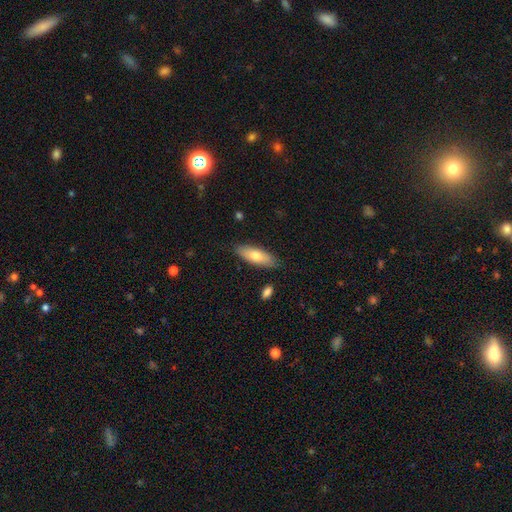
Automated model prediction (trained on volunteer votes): smooth_or_featured: smooth (p=0.72) [alt: featured or disk p=0.23]
how_rounded: in between (p=0.66) [alt: cigar-shaped p=0.32]
merging: none (p=0.84) [alt: minor disturbance p=0.12]